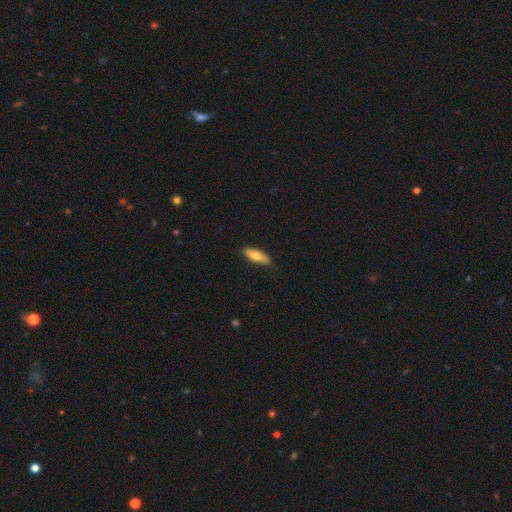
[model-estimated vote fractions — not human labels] Smooth or featured? smooth (71%)
How rounded? in between (49%, tied with cigar-shaped)
Merging? none (85%)